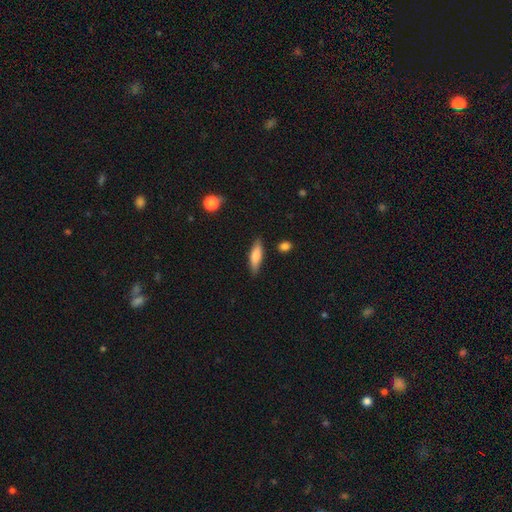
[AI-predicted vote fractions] smooth-or-featured: smooth: 78% | featured or disk: 16% | star or artifact: 6%
  how-rounded: cigar-shaped: 56% | in between: 42% | round: 2%
  merging: none: 82% | minor disturbance: 13% | major disturbance: 3% | merger: 2%